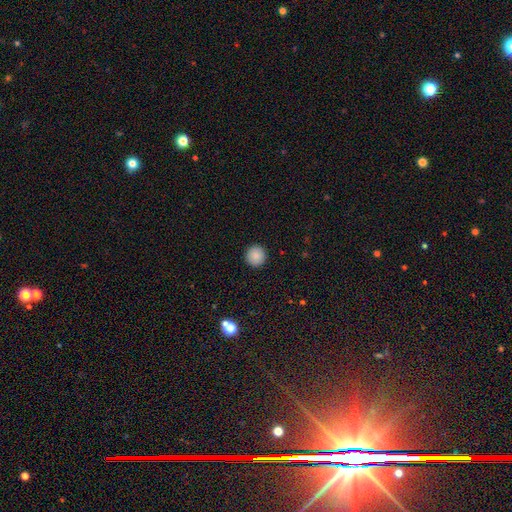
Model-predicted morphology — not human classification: smooth-or-featured: smooth: 87% | star or artifact: 9% | featured or disk: 4%
  how-rounded: round: 95% | in between: 4% | cigar-shaped: 1%
  merging: none: 93% | minor disturbance: 4% | major disturbance: 1% | merger: 1%